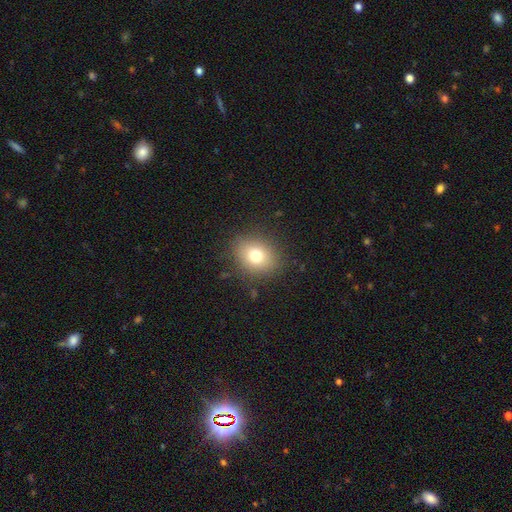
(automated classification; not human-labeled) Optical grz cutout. It shows a smooth galaxy with no disk features (76%) that is round (61%). Merging: none (85%).